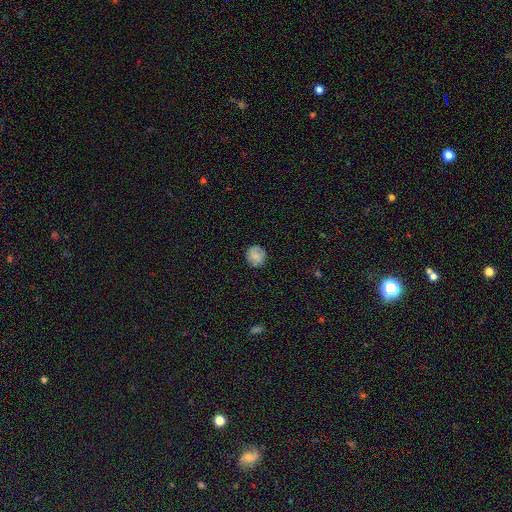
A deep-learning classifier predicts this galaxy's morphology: This appears to be a smooth galaxy with no disk features (82%) that is round (91%). Merging: none (87%).